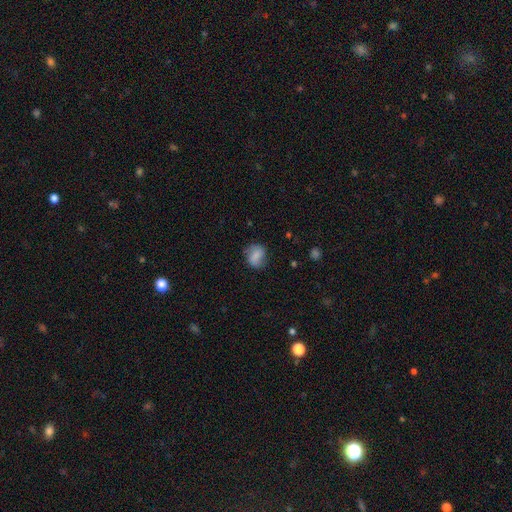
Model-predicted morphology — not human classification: smooth_or_featured: smooth (p=0.72) [alt: featured or disk p=0.19]
how_rounded: round (p=0.51) [alt: in between p=0.47]
merging: none (p=0.67) [alt: minor disturbance p=0.23]